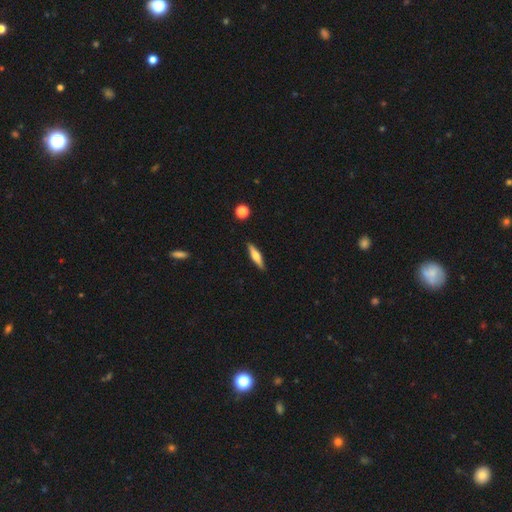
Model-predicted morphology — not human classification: smooth-or-featured: smooth: 51% | featured or disk: 43% | star or artifact: 6%
  how-rounded: cigar-shaped: 77% | in between: 21% | round: 2%
  merging: none: 89% | minor disturbance: 8% | major disturbance: 2% | merger: 1%